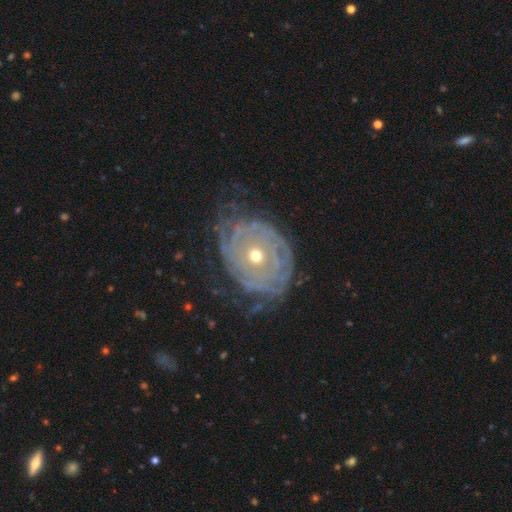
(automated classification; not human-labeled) featured or disk 83%, smooth 10%, star or artifact 8%. Down the decision tree: edge-on disk — no (96%); bar — no (82%); spiral arms — yes (86%); spiral arm count — can't tell (50%); spiral winding — tight (82%); bulge size — small (48%, tied with moderate); merging — none (64%).